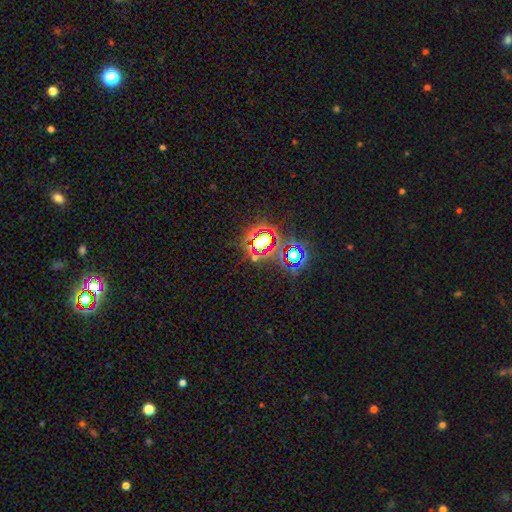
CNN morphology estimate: Smooth or featured? Predicted: star or artifact (p=0.76).